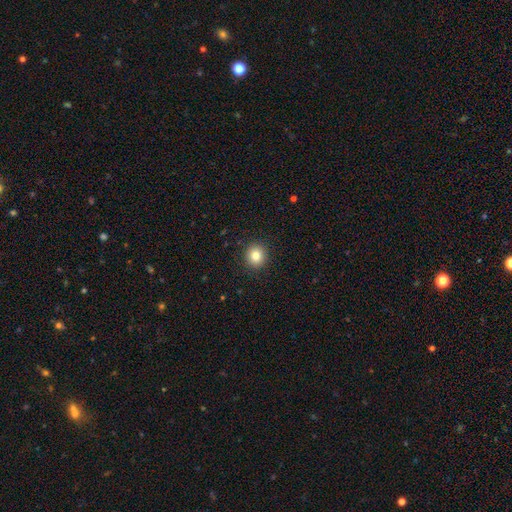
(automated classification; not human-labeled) This appears to be a smooth galaxy with no disk features (82%) that is round (90%). Merging: none (92%).